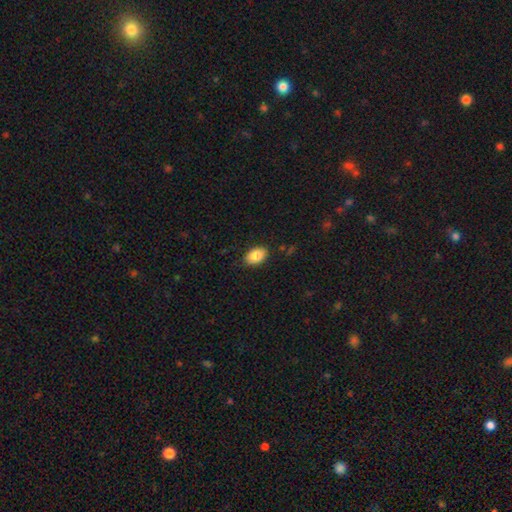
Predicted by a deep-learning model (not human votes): Q: Smooth or featured?
A: smooth (86%); runner-up: star or artifact (7%)
Q: How rounded?
A: in between (89%); runner-up: round (10%)
Q: Merging?
A: none (85%); runner-up: minor disturbance (12%)